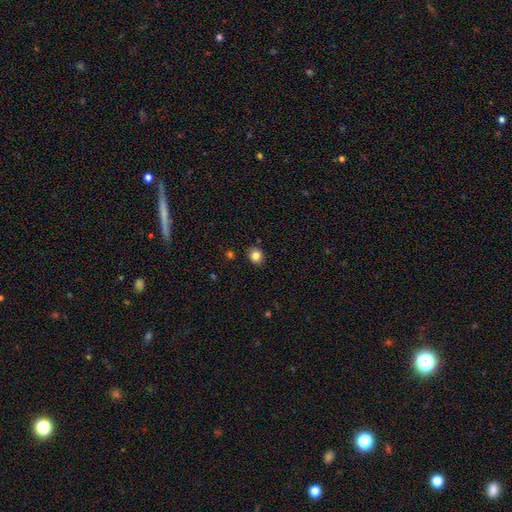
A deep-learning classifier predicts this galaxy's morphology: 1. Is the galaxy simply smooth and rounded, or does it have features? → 84% smooth, 11% star or artifact, 5% featured or disk.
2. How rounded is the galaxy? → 79% round, 20% in between, 1% cigar-shaped.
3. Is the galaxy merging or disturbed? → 89% none, 8% minor disturbance, 2% major disturbance, 2% merger.